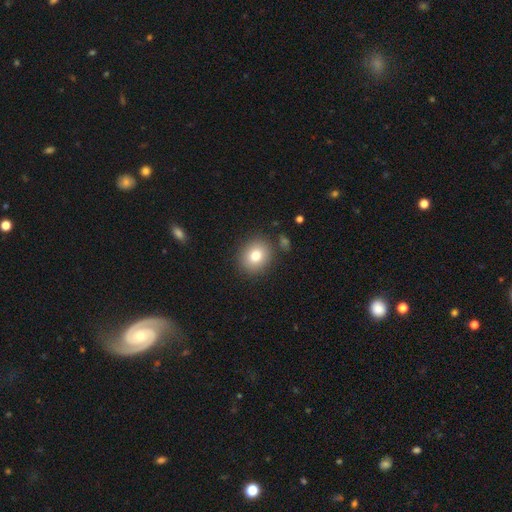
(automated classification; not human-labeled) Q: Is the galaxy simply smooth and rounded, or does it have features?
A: smooth — 77%.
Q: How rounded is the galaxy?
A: round — 74%.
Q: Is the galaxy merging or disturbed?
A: none — 86%.